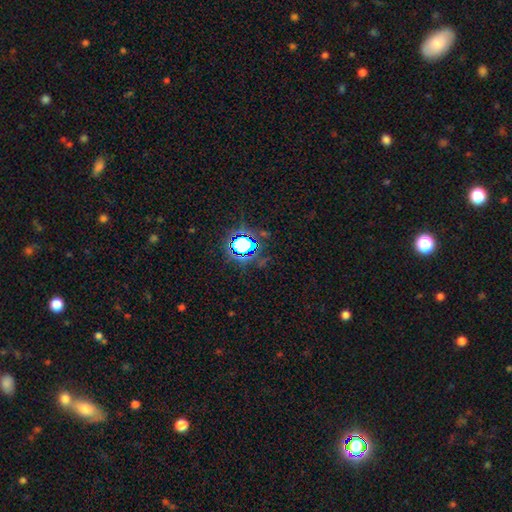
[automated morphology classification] Smooth or featured: star or artifact — 80% (smooth — 13%)